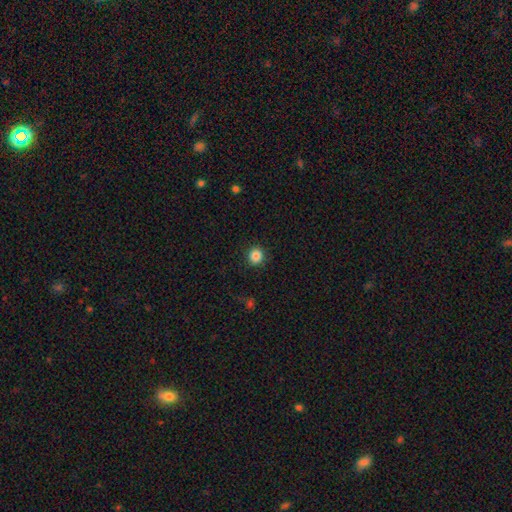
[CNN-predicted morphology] This appears to be a smooth galaxy with no disk features (86%) that is round (90%). Merging: none (91%).